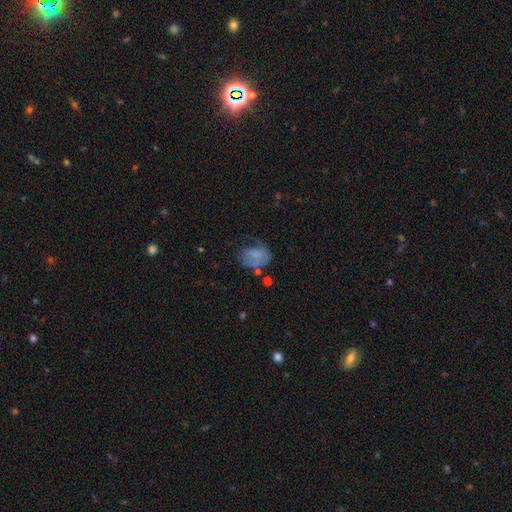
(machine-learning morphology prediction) smooth 62%, featured or disk 28%, star or artifact 10%. Down the decision tree: how rounded — in between (72%); merging — major disturbance (35%).